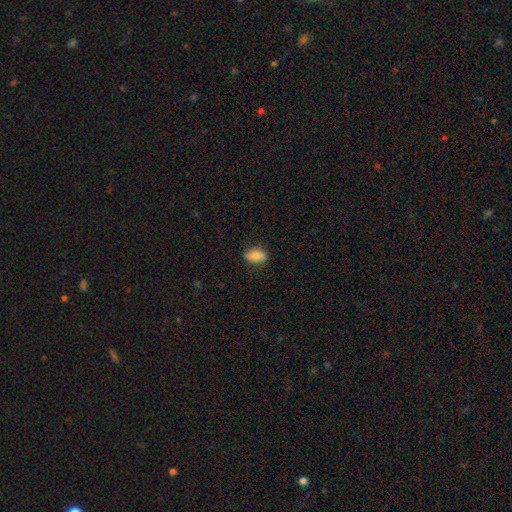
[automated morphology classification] type=smooth (80%); roundness=in between (87%); merging=none (79%).